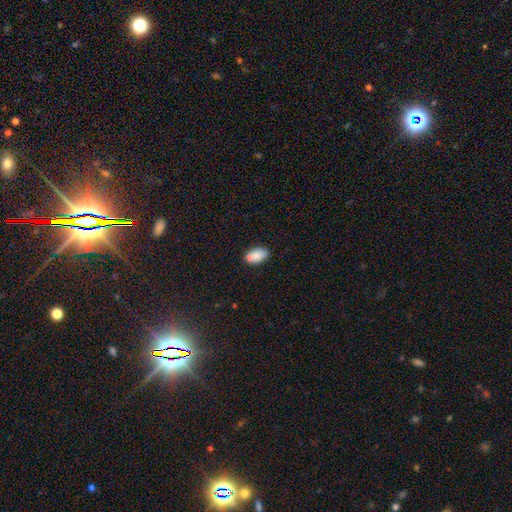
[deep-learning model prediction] smooth-or-featured: smooth: 81% | featured or disk: 12% | star or artifact: 8%
  how-rounded: in between: 91% | round: 7% | cigar-shaped: 2%
  merging: none: 61% | merger: 19% | minor disturbance: 17% | major disturbance: 4%